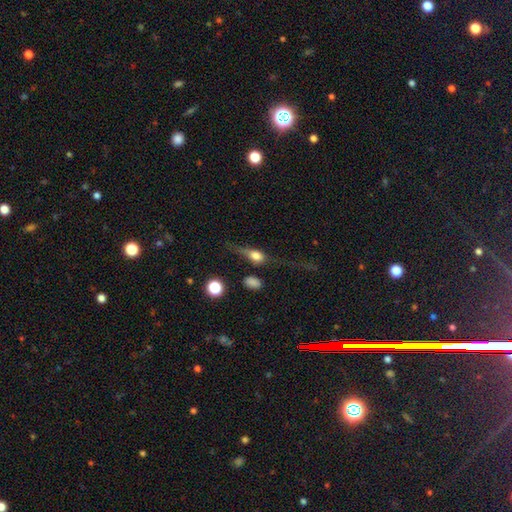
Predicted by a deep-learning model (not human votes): smooth_or_featured: featured or disk (p=0.45) [alt: smooth p=0.42]
merging: none (p=0.46) [alt: major disturbance p=0.27]